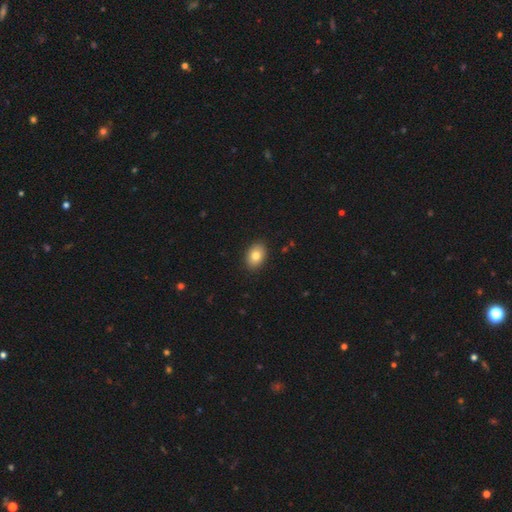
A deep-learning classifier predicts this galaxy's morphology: A smooth galaxy with no disk features (82%) that is in between round and cigar-shaped (78%).

Vote fractions:
- Smooth or featured? smooth: 82% / featured or disk: 10% / star or artifact: 8%
- How rounded? in between: 78% / round: 21% / cigar-shaped: 1%
- Merging? none: 90% / minor disturbance: 7% / major disturbance: 2% / merger: 1%